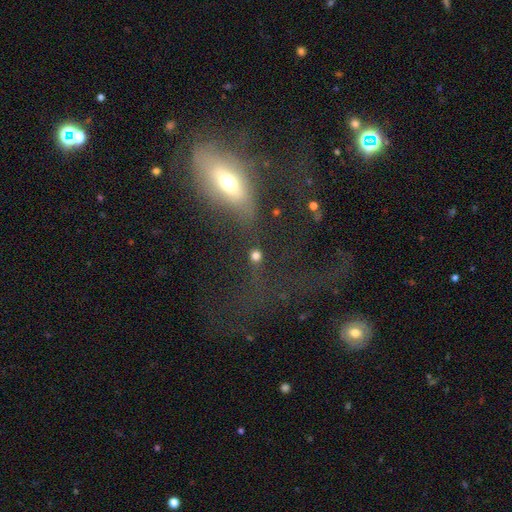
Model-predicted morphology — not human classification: Smooth or featured? smooth (67%)
How rounded? round (82%)
Merging? none (67%)